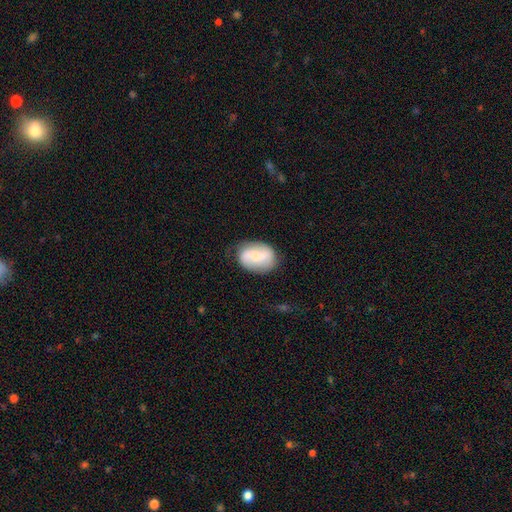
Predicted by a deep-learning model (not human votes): This appears to be a featured or disk galaxy (50%). Merging: none (70%).